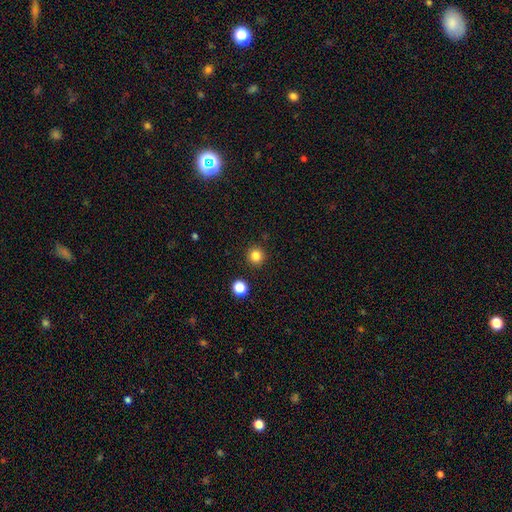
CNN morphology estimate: Q: Smooth or featured?
A: smooth (83%); runner-up: star or artifact (12%)
Q: How rounded?
A: round (94%); runner-up: in between (5%)
Q: Merging?
A: none (91%); runner-up: minor disturbance (5%)